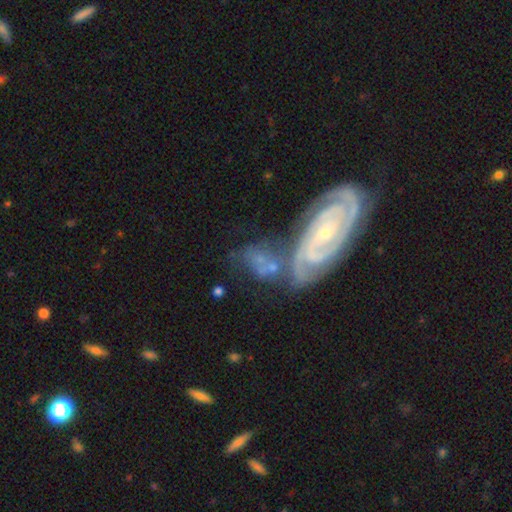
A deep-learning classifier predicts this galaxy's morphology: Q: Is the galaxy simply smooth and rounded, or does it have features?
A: featured or disk — 63%.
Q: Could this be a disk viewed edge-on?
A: no — 95%.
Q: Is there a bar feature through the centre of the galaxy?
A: no — 56%.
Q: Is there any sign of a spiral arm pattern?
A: yes — 80%.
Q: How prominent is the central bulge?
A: small — 63%.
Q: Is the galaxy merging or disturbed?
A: merger — 34%.